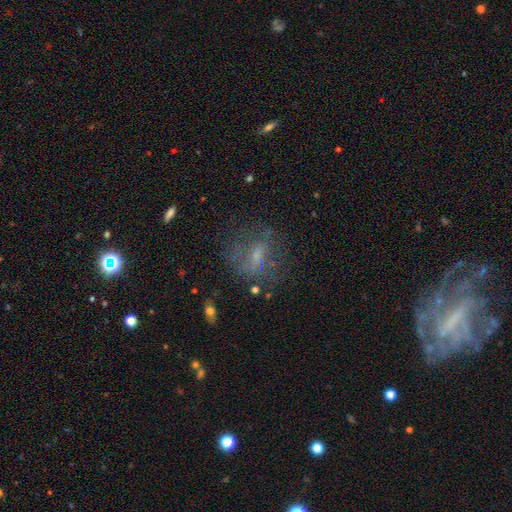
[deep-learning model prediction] Smooth or featured? smooth (40%)
Merging? none (62%)